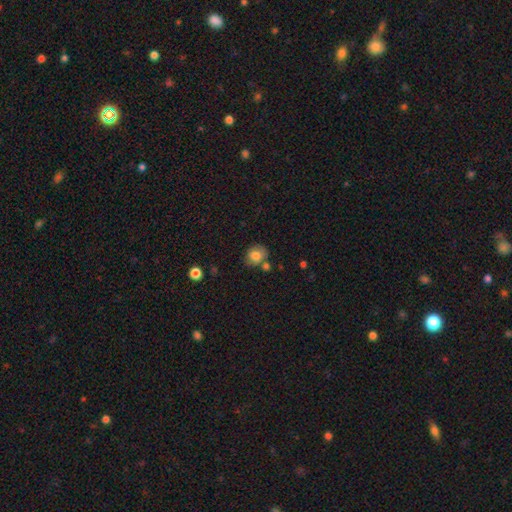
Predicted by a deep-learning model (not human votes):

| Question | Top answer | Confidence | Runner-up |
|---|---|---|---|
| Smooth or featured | smooth | 79% | featured or disk (11%) |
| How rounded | round | 62% | in between (37%) |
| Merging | none | 64% | minor disturbance (18%) |